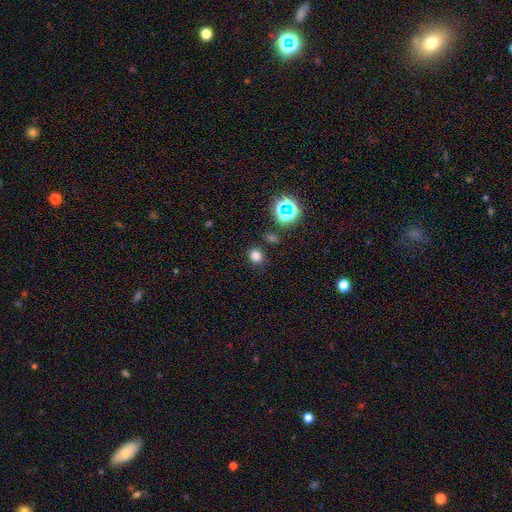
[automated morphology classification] Q: Smooth or featured?
A: smooth (75%); runner-up: star or artifact (19%)
Q: How rounded?
A: round (76%); runner-up: in between (23%)
Q: Merging?
A: none (85%); runner-up: minor disturbance (8%)